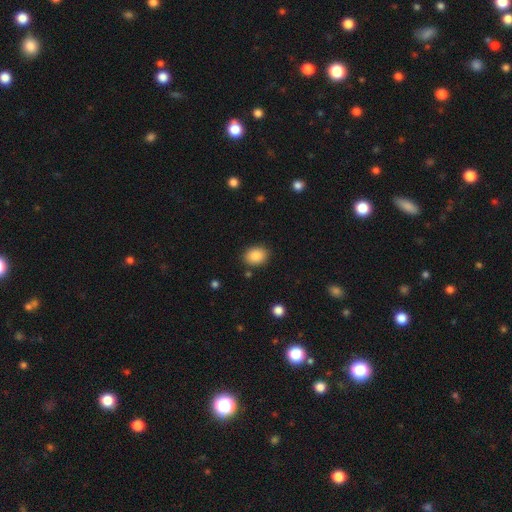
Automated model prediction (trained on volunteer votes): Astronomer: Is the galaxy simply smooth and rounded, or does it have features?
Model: smooth — 88%.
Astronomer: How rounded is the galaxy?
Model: in between — 64%.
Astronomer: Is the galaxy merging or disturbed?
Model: none — 86%.